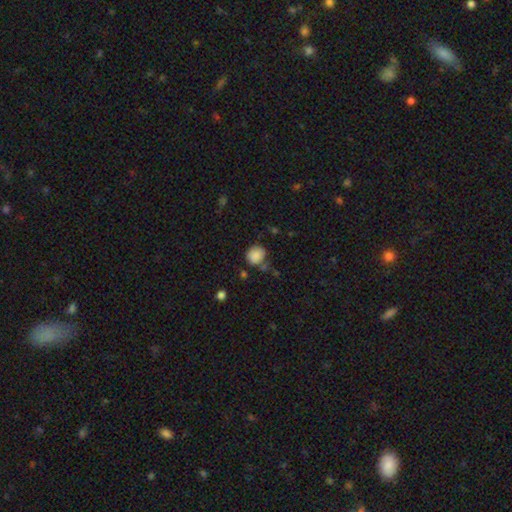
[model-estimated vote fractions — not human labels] Smooth or featured: smooth — 86% (star or artifact — 9%)
How rounded: round — 78% (in between — 22%)
Merging: none — 67% (minor disturbance — 20%)